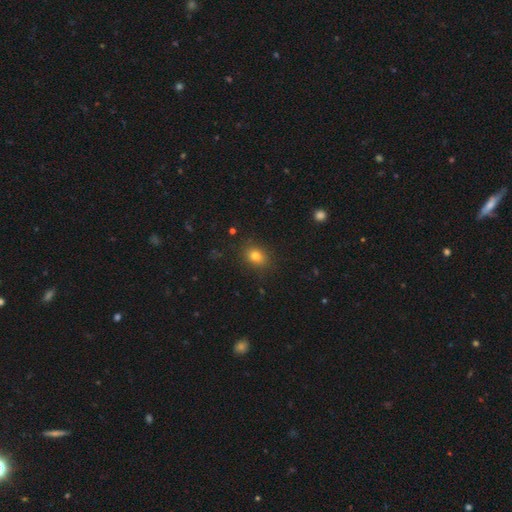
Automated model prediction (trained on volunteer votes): smooth-or-featured: smooth: 80% | star or artifact: 12% | featured or disk: 8%
  how-rounded: in between: 57% | round: 42% | cigar-shaped: 1%
  merging: none: 86% | minor disturbance: 10% | major disturbance: 3% | merger: 1%